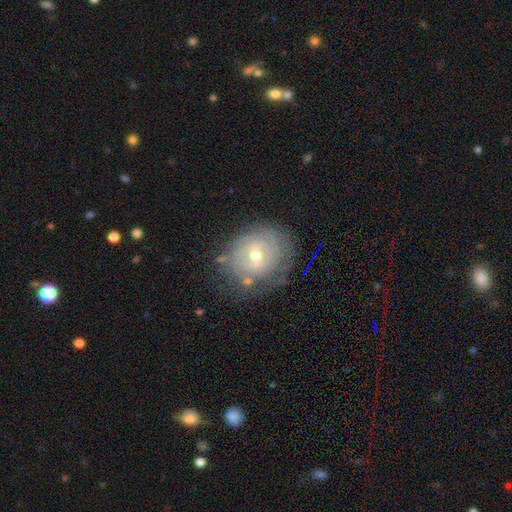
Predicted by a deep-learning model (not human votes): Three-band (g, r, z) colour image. It shows a featured or disk galaxy (71%) with a weak bar (56%), tight (74%) spiral arms (75%) and a moderate central bulge (56%). Merging: none (66%).